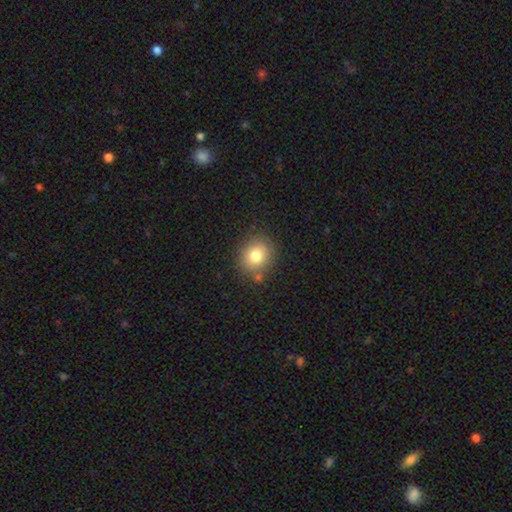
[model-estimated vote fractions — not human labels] Smooth or featured? smooth (79%)
How rounded? round (78%)
Merging? none (80%)